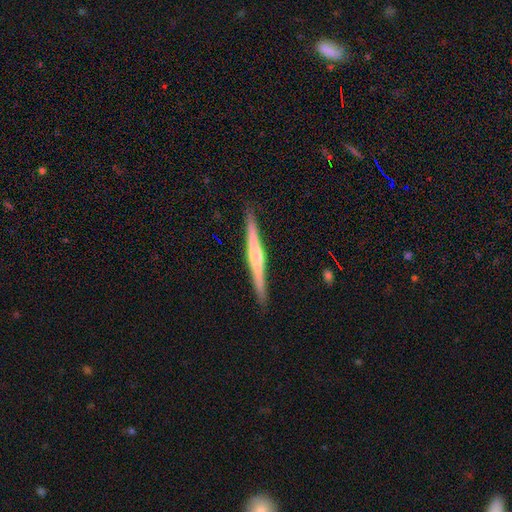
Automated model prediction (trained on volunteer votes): smooth_or_featured: featured or disk (p=0.72) [alt: smooth p=0.23]
disk_edge_on: yes (p=0.98) [alt: no p=0.02]
edge_on_bulge: rounded (p=0.66) [alt: none p=0.18]
merging: none (p=0.92) [alt: minor disturbance p=0.06]